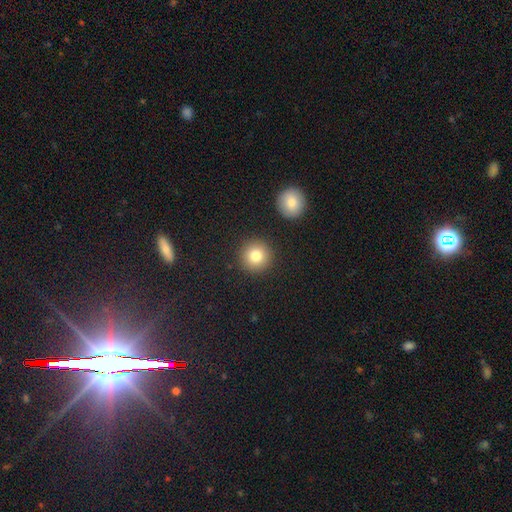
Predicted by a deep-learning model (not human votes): The model was most divided on "smooth or featured": smooth: 81%, star or artifact: 10%, featured or disk: 9%. More confident: how rounded — round (95%); merging — none (90%).